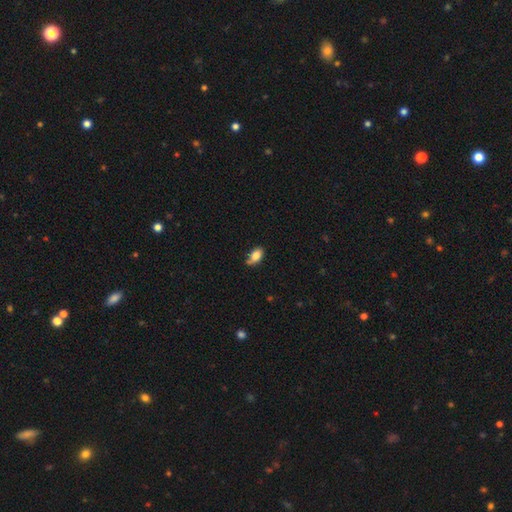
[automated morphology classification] Overall: smooth (83%). How rounded: in between (90%). Merging: none (61%; minor disturbance 28%).